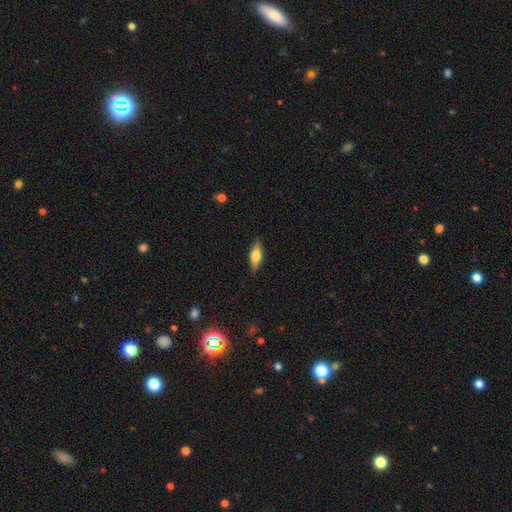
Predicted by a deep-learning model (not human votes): Overall: smooth (54%; featured or disk 39%). How rounded: in between (57%; cigar-shaped 40%). Merging: none (86%).